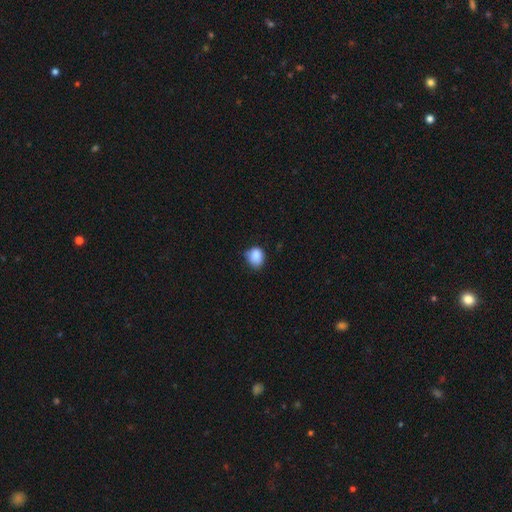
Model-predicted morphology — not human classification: Smooth or featured: smooth — 86% (star or artifact — 9%)
How rounded: round — 57% (in between — 43%)
Merging: none — 58% (minor disturbance — 33%)